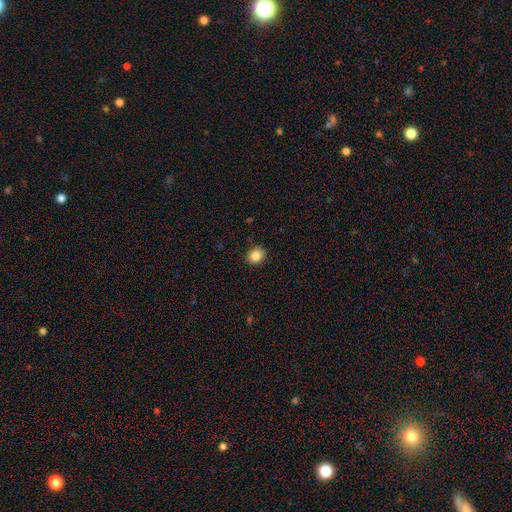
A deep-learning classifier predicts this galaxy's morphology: smooth-or-featured: smooth: 85% | star or artifact: 10% | featured or disk: 5%
  how-rounded: round: 72% | in between: 28% | cigar-shaped: 1%
  merging: none: 90% | minor disturbance: 7% | major disturbance: 2% | merger: 1%